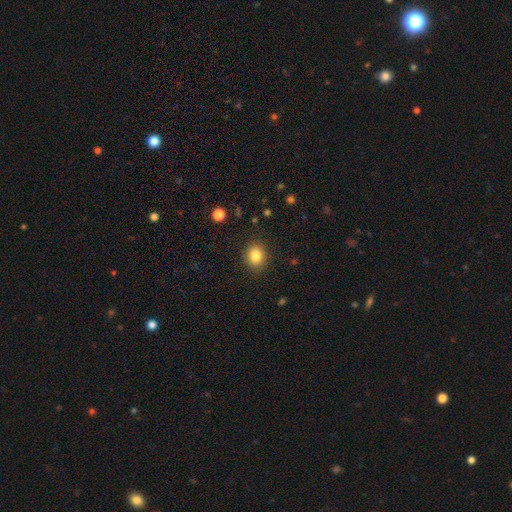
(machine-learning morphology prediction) Overall: smooth (84%). How rounded: round (65%; in between 34%). Merging: none (88%).